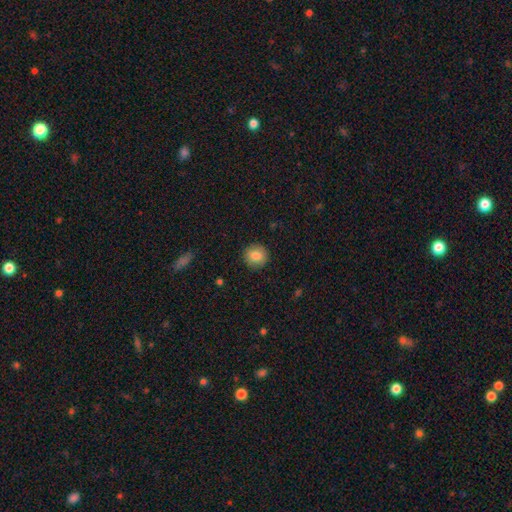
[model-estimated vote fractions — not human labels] smooth_or_featured: smooth (p=0.83) [alt: star or artifact p=0.09]
how_rounded: round (p=0.92) [alt: in between p=0.07]
merging: none (p=0.91) [alt: minor disturbance p=0.06]